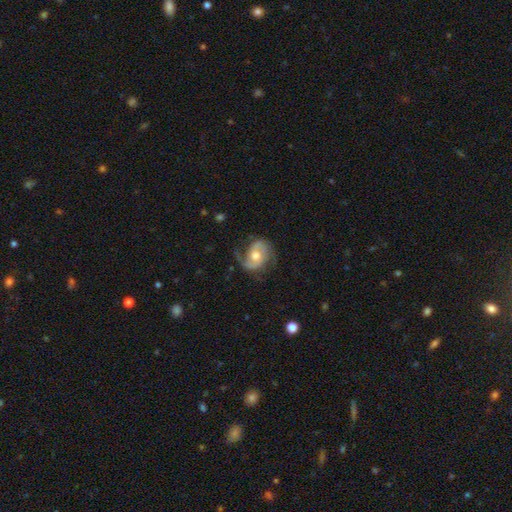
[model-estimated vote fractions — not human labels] Smooth or featured? featured or disk (78%)
Edge-on disk? no (97%)
Bar? no (57%)
Spiral arms? yes (93%)
Spiral winding? medium (46%)
Spiral arm count? 2 (79%)
Bulge size? moderate (71%)
Merging? none (61%)